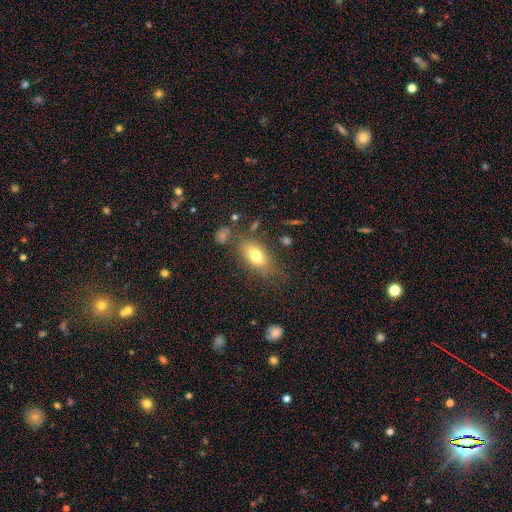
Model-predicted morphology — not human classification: This appears to be a smooth galaxy with no disk features (73%) that is in between round and cigar-shaped (84%). Merging: none (71%).